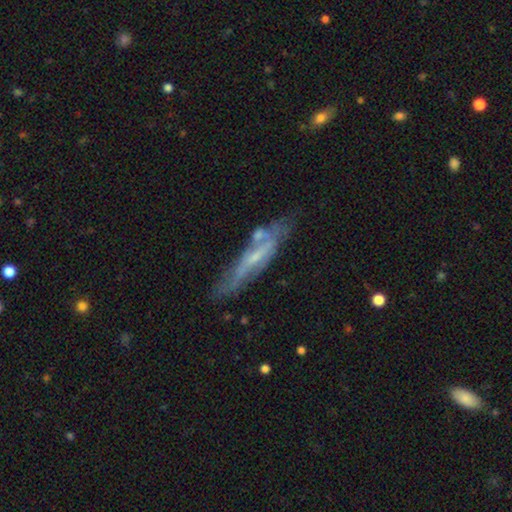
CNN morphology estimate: smooth_or_featured: featured or disk (p=0.69) [alt: smooth p=0.24]
disk_edge_on: yes (p=0.53) [alt: no p=0.47]
merging: none (p=0.61) [alt: minor disturbance p=0.23]